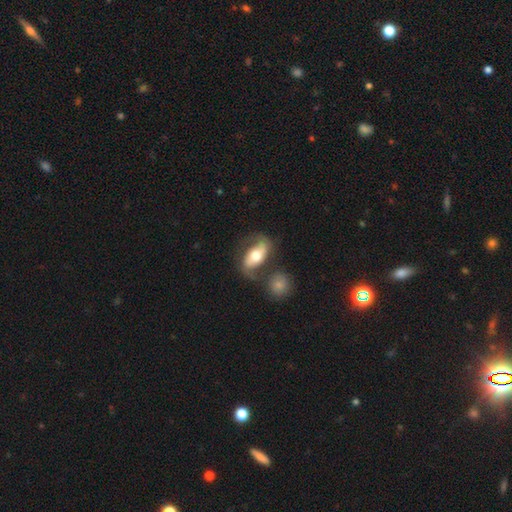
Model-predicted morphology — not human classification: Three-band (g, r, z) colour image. It shows a featured or disk galaxy (61%) with no bar (41%), spiral arms (78%) and a moderate central bulge (63%). Merging: none (58%).